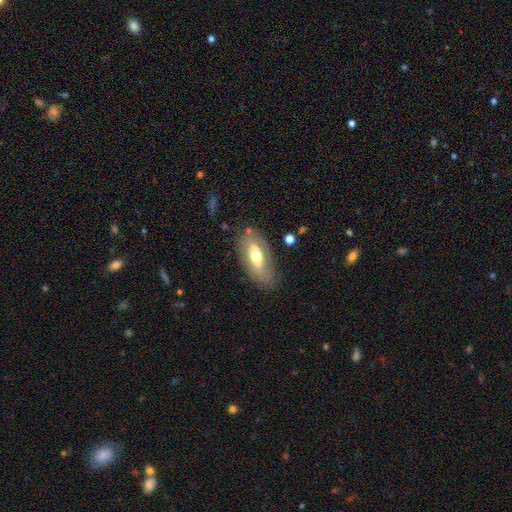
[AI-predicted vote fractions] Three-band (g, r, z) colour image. It shows a smooth galaxy with no disk features (48%). Merging: none (75%).